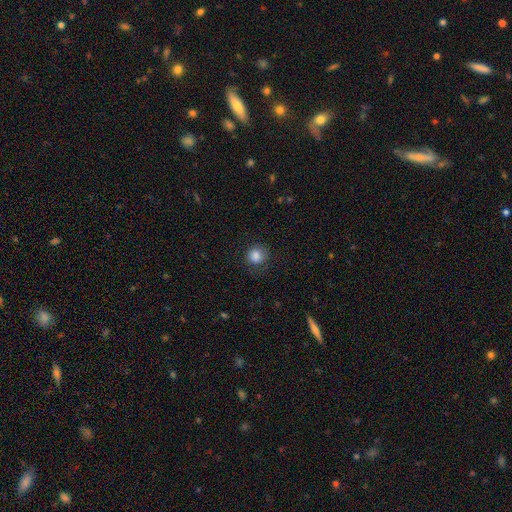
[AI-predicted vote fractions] The model was most divided on "merging": none: 78%, minor disturbance: 15%, major disturbance: 6%, merger: 1%. More confident: how rounded — round (85%); smooth or featured — smooth (84%).